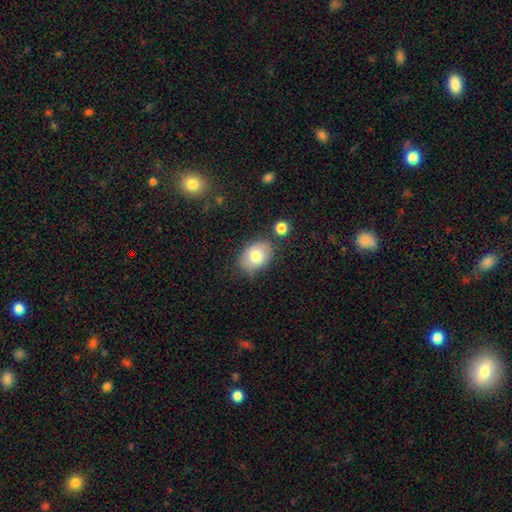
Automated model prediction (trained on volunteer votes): This is likely a smooth galaxy (77%). How rounded: likely in between (76%). Merging: likely none (75%).